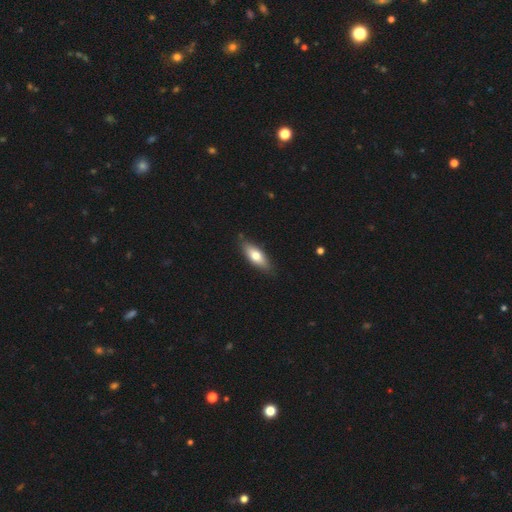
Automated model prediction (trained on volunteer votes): smooth_or_featured: smooth (p=0.69) [alt: featured or disk p=0.25]
how_rounded: in between (p=0.68) [alt: cigar-shaped p=0.30]
merging: none (p=0.83) [alt: minor disturbance p=0.13]